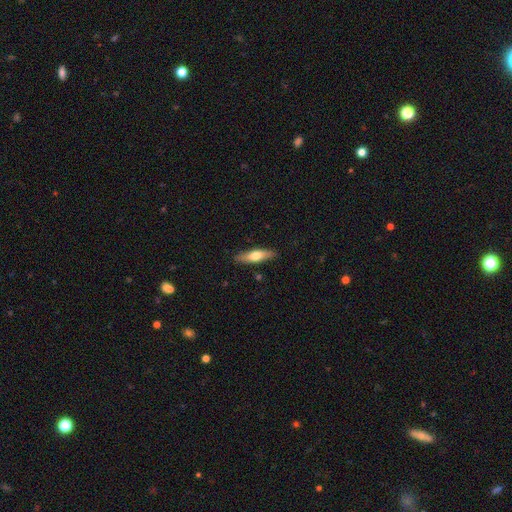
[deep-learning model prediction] smooth 58%, featured or disk 36%, star or artifact 6%. Down the decision tree: how rounded — cigar-shaped (66%); merging — none (87%).